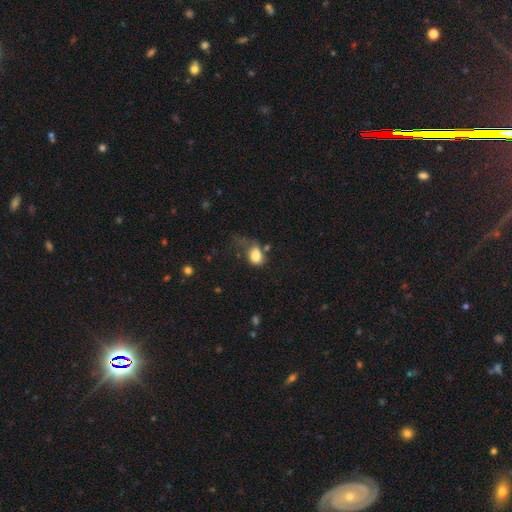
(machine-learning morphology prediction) Q: Smooth or featured?
A: smooth (80%); runner-up: featured or disk (11%)
Q: How rounded?
A: in between (67%); runner-up: round (32%)
Q: Merging?
A: major disturbance (40%); runner-up: minor disturbance (26%)